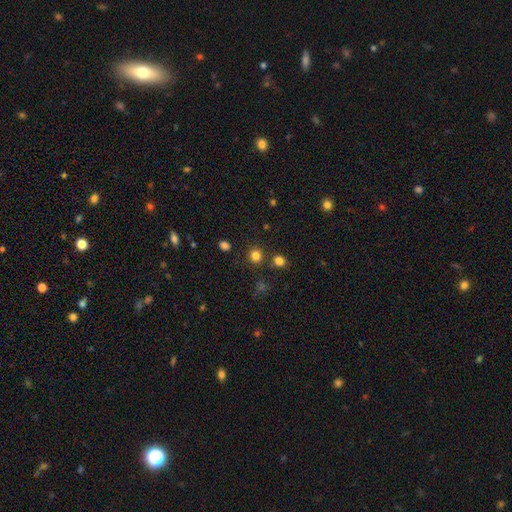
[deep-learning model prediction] This appears to be a smooth galaxy with no disk features (80%) that is round (89%). Merging: none (84%).